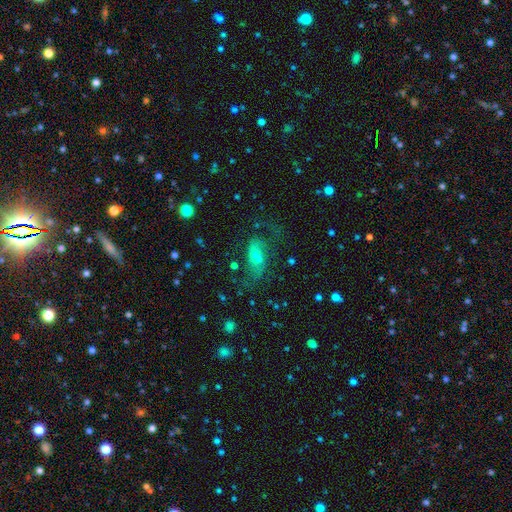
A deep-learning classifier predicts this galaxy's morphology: Smooth or featured?
  - featured or disk: 53% *
  - smooth: 32%
  - star or artifact: 15%
Edge-on disk?
  - no: 91% *
  - yes: 9%
Merging?
  - none: 47% *
  - major disturbance: 26%
  - minor disturbance: 18%
  - merger: 10%